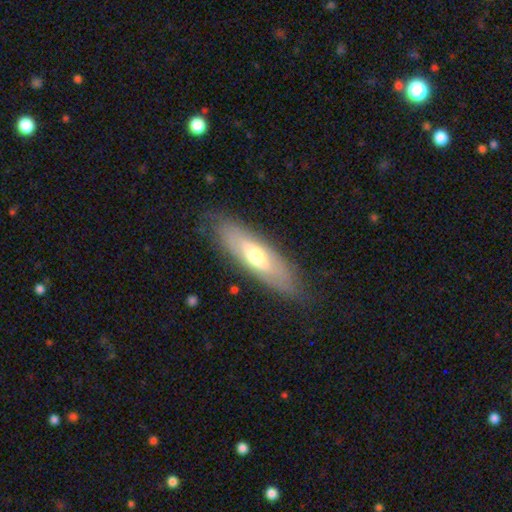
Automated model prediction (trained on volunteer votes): featured or disk 48%, smooth 46%, star or artifact 6%. Down the decision tree: merging — none (80%).